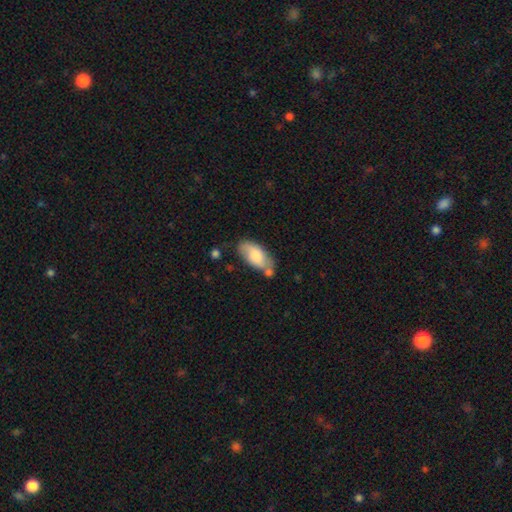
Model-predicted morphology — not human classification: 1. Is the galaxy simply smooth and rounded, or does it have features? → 74% smooth, 20% featured or disk, 6% star or artifact.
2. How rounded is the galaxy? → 92% in between, 6% cigar-shaped, 3% round.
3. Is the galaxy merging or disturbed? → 57% none, 23% minor disturbance, 14% merger, 6% major disturbance.